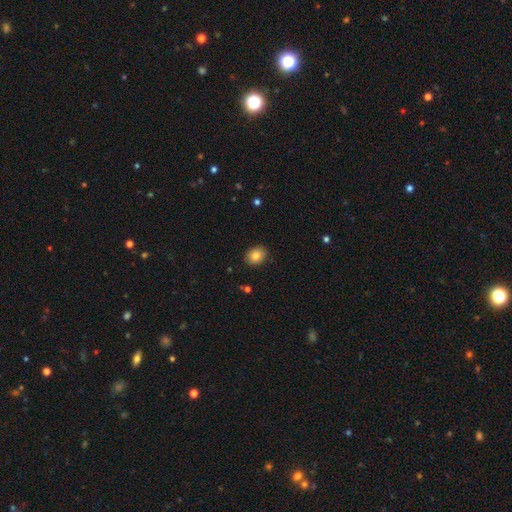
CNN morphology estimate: Smooth or featured? Predicted: smooth (p=0.84). How rounded? Predicted: round (p=0.53). Merging? Predicted: none (p=0.89).